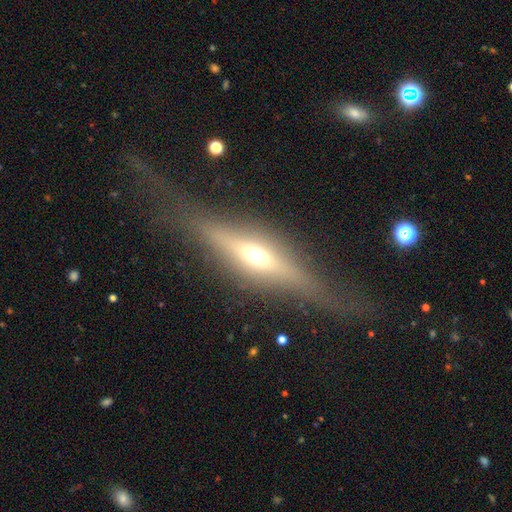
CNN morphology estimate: Smooth or featured: featured or disk — 72% (smooth — 19%)
Edge-on disk: yes — 92% (no — 8%)
Edge-on bulge: rounded — 89% (boxy — 7%)
Merging: none — 72% (minor disturbance — 15%)